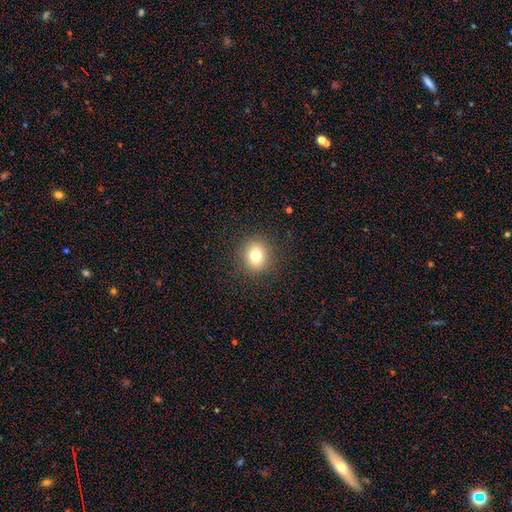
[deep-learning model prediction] This is likely a smooth galaxy (78%). How rounded: clearly round (84%). Merging: clearly none (90%).